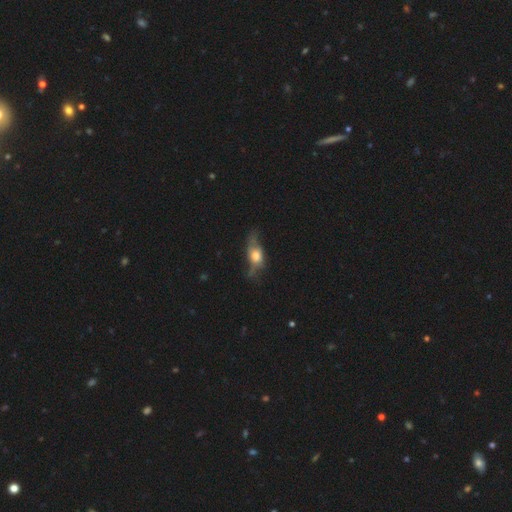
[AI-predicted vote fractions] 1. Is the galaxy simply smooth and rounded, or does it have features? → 48% featured or disk, 43% smooth, 9% star or artifact.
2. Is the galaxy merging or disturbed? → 46% none, 28% minor disturbance, 23% major disturbance, 3% merger.